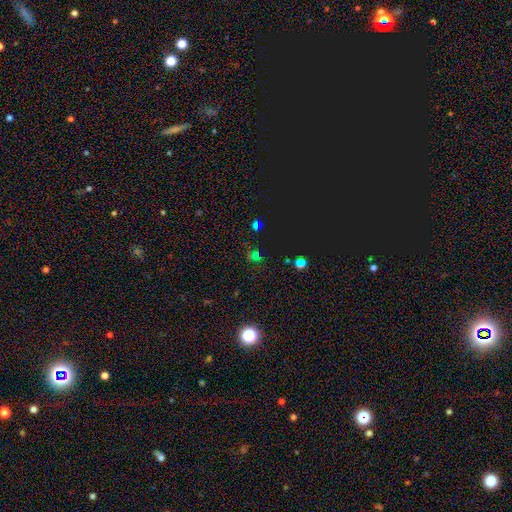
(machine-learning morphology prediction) Smooth or featured? star or artifact (58%)